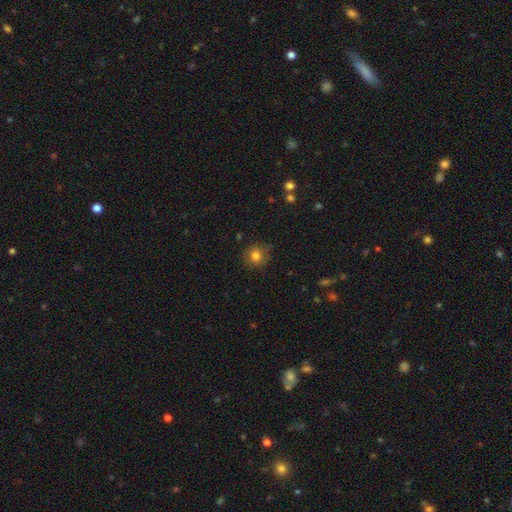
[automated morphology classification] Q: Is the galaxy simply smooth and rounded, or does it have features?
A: smooth — 80%.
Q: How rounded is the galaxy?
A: round — 88%.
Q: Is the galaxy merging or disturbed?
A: none — 83%.